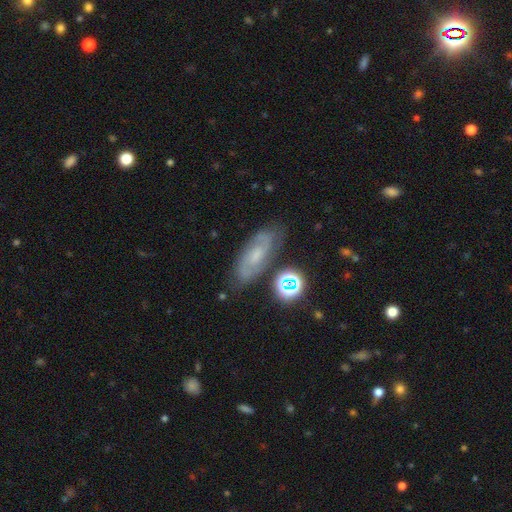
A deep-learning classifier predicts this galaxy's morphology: Smooth or featured: featured or disk — 66% (smooth — 22%)
Edge-on disk: no — 89% (yes — 11%)
Bar: weak — 46% (no — 42%)
Spiral arms: yes — 91% (no — 9%)
Spiral winding: medium — 44% (tight — 42%)
Spiral arm count: 2 — 75% (can't tell — 17%)
Bulge size: small — 51% (moderate — 32%)
Merging: none — 77% (minor disturbance — 15%)